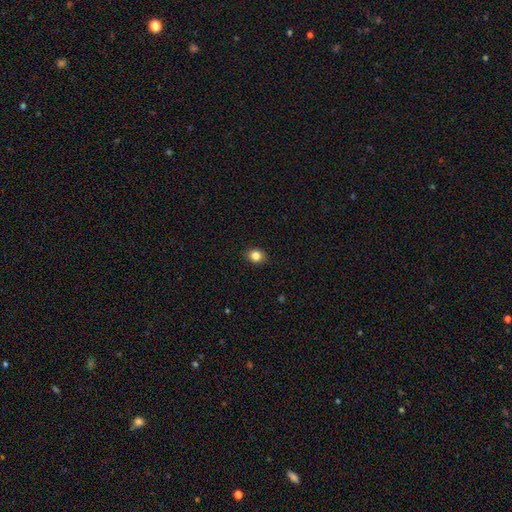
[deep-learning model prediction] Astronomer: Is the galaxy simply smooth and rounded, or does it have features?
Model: smooth — 84%.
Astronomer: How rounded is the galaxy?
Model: round — 62% (runner-up: in between, 37%).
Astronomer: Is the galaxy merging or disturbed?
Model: none — 89%.